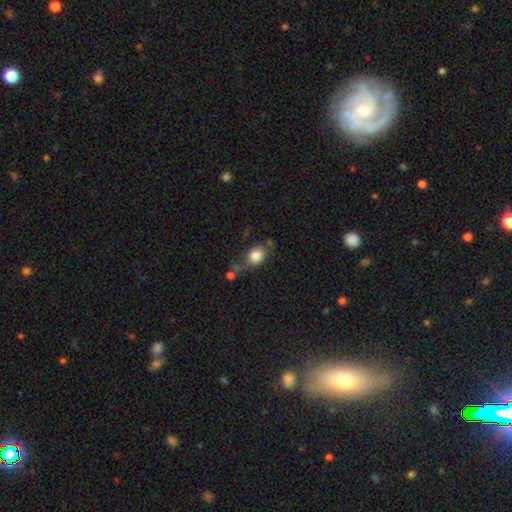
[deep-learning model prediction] This appears to be a smooth galaxy with no disk features (79%) that is round (50%). Merging: none (43%).